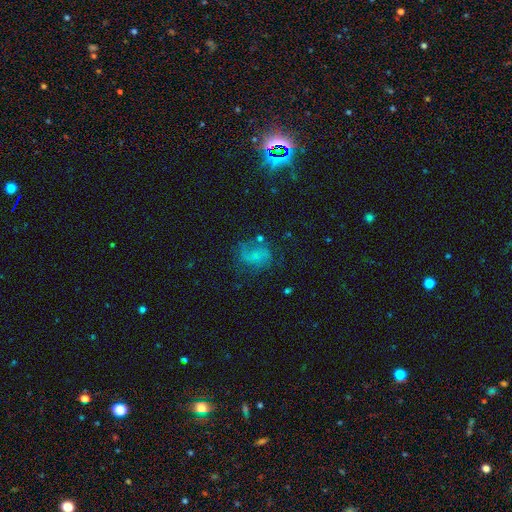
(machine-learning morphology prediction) The model was most divided on "smooth or featured": smooth: 48%, featured or disk: 33%, star or artifact: 19%. Remaining: merging — none (49%).